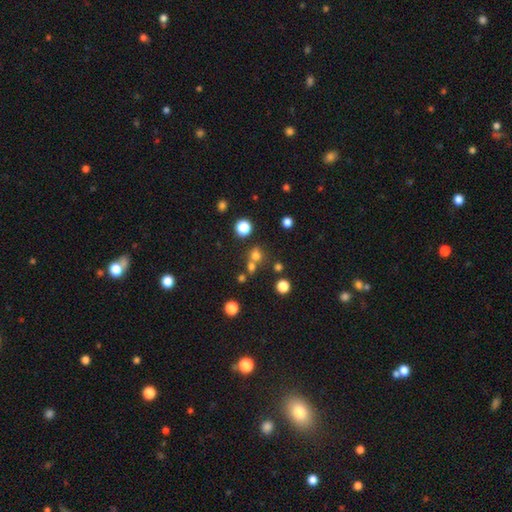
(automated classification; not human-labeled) Smooth or featured: smooth — 68% (star or artifact — 22%)
How rounded: round — 81% (in between — 17%)
Merging: none — 52% (merger — 35%)